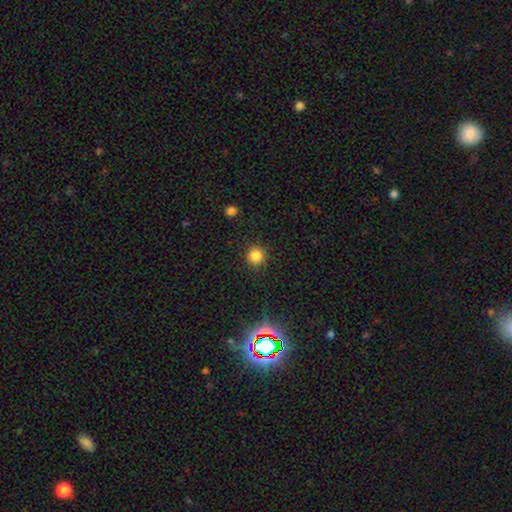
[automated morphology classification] Smooth or featured? smooth (82%)
How rounded? round (93%)
Merging? none (90%)